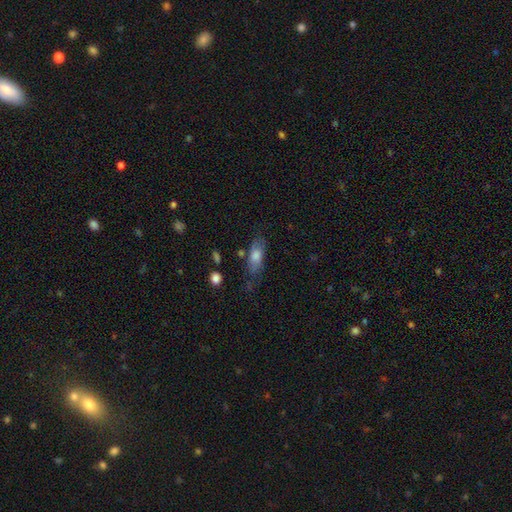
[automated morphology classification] Smooth or featured? Predicted: smooth (p=0.70). How rounded? Predicted: in between (p=0.75). Merging? Predicted: none (p=0.58).